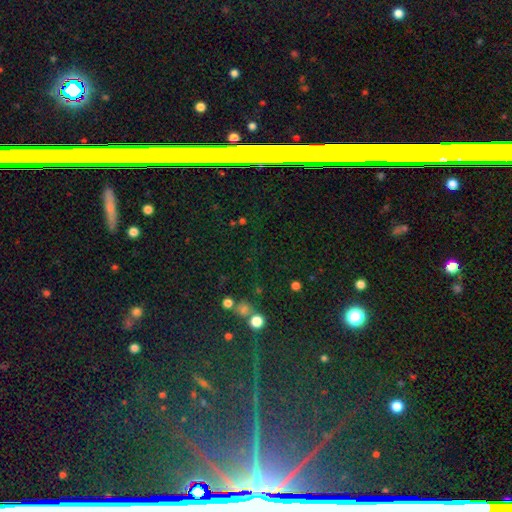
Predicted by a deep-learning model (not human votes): A star or artifact, not a galaxy (76%).

Vote fractions:
- Smooth or featured? star or artifact: 76% / smooth: 13% / featured or disk: 11%